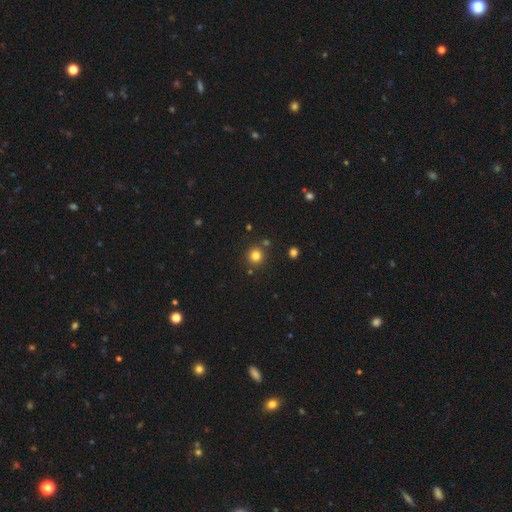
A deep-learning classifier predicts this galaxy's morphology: Smooth or featured: smooth — 81% (star or artifact — 14%)
How rounded: round — 92% (in between — 7%)
Merging: none — 85% (minor disturbance — 7%)